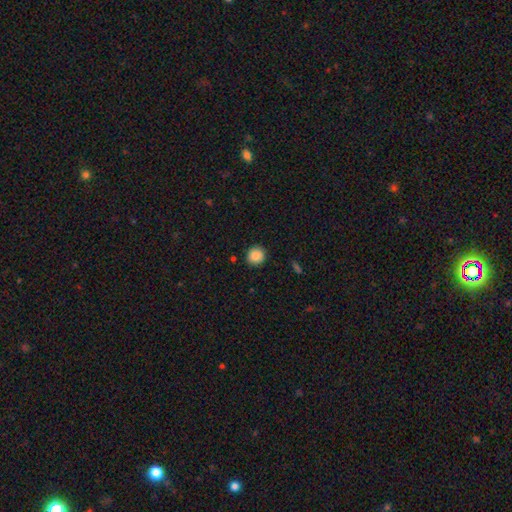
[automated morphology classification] A smooth galaxy with no disk features (88%) that is round (91%).

Vote fractions:
- Smooth or featured? smooth: 88% / star or artifact: 9% / featured or disk: 3%
- How rounded? round: 91% / in between: 8% / cigar-shaped: 1%
- Merging? none: 90% / minor disturbance: 7% / major disturbance: 2% / merger: 1%